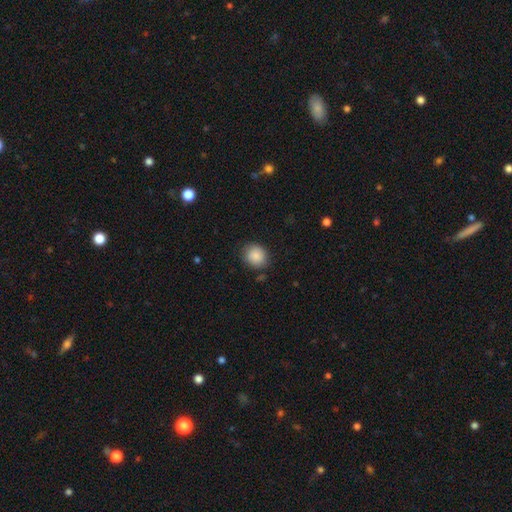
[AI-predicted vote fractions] Overall: smooth (87%). How rounded: round (70%). Merging: none (82%).